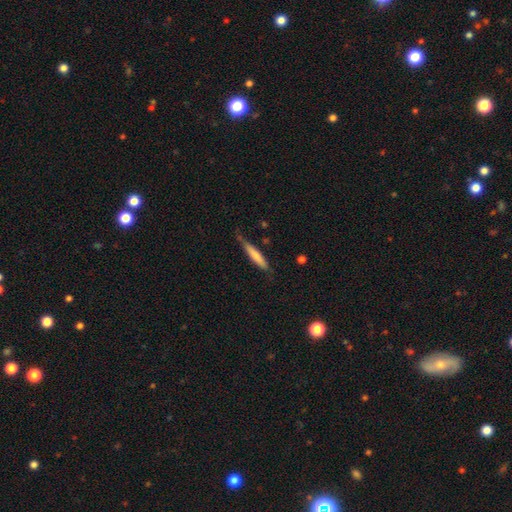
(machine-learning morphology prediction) A smooth galaxy with no disk features (65%) that is cigar-shaped (91%).

Vote fractions:
- Smooth or featured? smooth: 65% / featured or disk: 30% / star or artifact: 5%
- How rounded? cigar-shaped: 91% / in between: 8% / round: 1%
- Merging? none: 66% / minor disturbance: 26% / major disturbance: 5% / merger: 3%